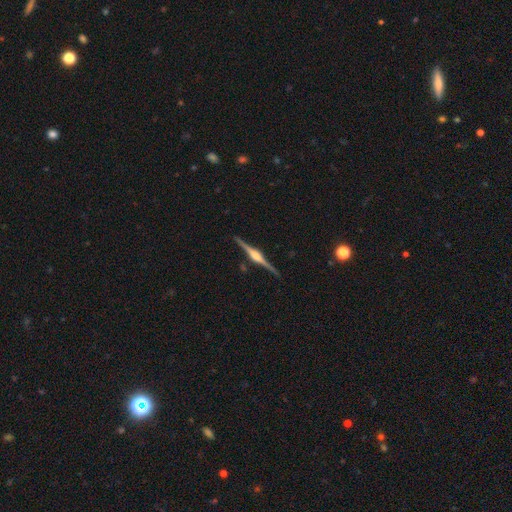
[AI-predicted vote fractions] Smooth or featured? featured or disk (88%)
Edge-on disk? yes (99%)
Edge-on bulge? rounded (83%)
Merging? none (91%)